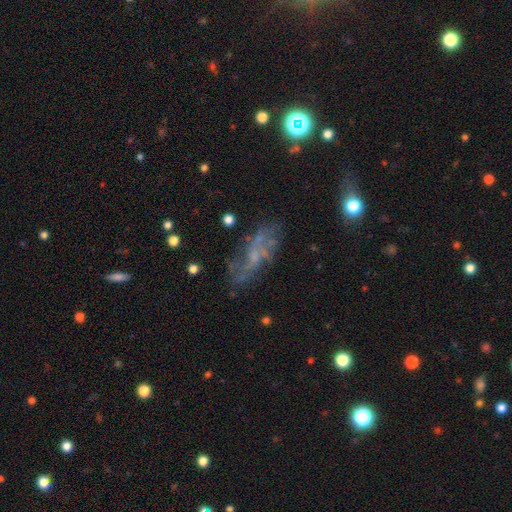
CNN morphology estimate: Smooth or featured? Predicted: featured or disk (p=0.54). Edge-on disk? Predicted: no (p=0.82). Merging? Predicted: none (p=0.61).